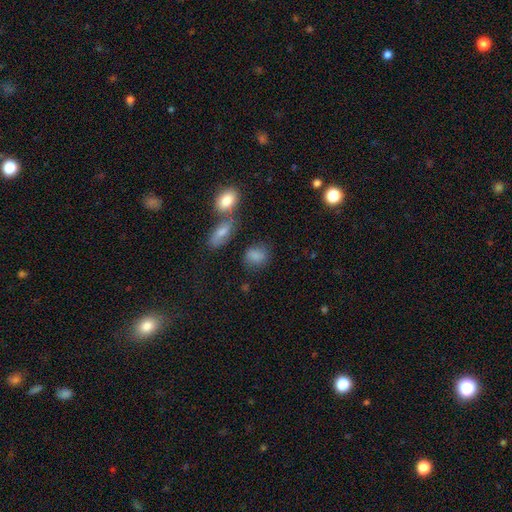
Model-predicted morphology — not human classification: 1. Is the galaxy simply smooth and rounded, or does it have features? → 80% smooth, 11% star or artifact, 9% featured or disk.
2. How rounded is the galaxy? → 55% in between, 42% round, 3% cigar-shaped.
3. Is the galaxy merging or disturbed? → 63% none, 18% minor disturbance, 12% merger, 7% major disturbance.